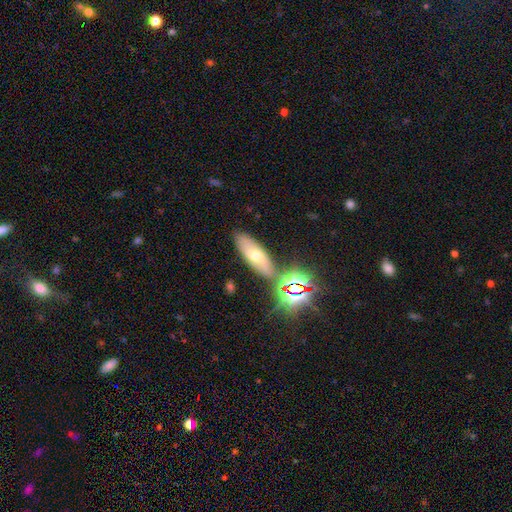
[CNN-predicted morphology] Smooth or featured?
  - smooth: 40% *
  - featured or disk: 35%
  - star or artifact: 24%
Merging?
  - none: 78% *
  - minor disturbance: 12%
  - merger: 6%
  - major disturbance: 4%